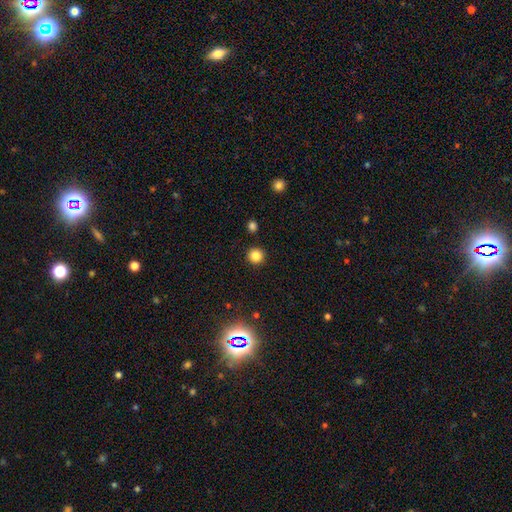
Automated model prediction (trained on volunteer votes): This is clearly a smooth galaxy (83%). How rounded: clearly round (94%). Merging: clearly none (91%).